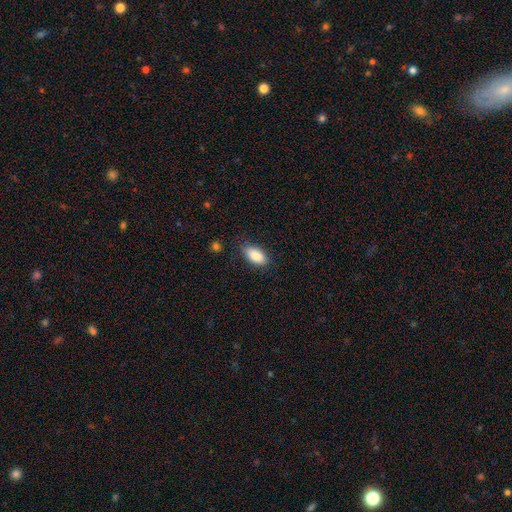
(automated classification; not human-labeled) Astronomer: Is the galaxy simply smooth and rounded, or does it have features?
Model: smooth — 87%.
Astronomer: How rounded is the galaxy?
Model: in between — 91%.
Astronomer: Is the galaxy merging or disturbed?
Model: none — 80%.